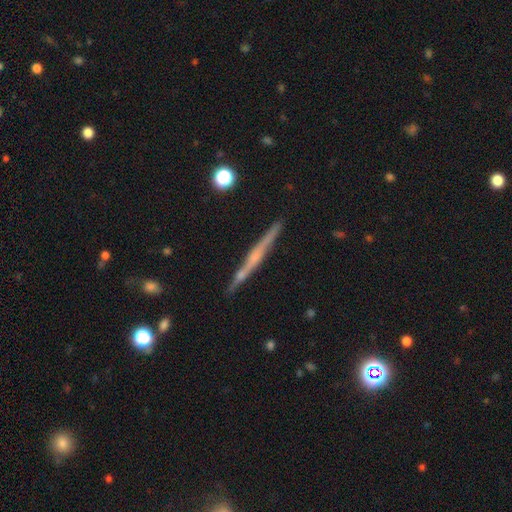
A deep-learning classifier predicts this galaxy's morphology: Smooth or featured: featured or disk — 67% (smooth — 26%)
Edge-on disk: yes — 97% (no — 3%)
Edge-on bulge: none — 55% (rounded — 35%)
Merging: none — 86% (minor disturbance — 9%)